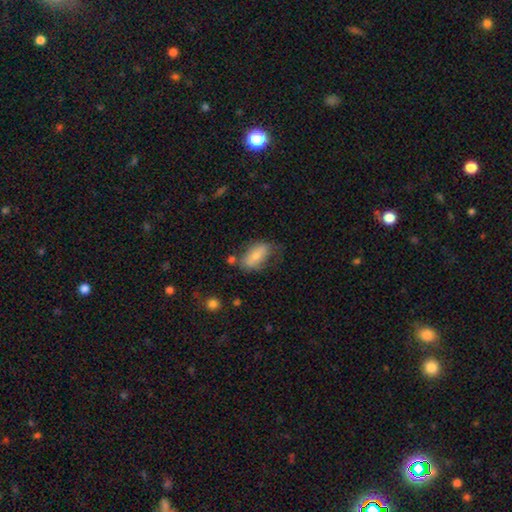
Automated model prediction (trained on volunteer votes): This is likely a smooth galaxy (69%). How rounded: clearly in between (89%). Merging: marginally none (45%).